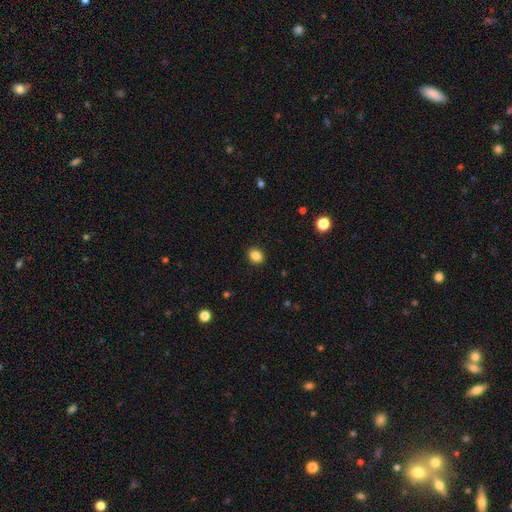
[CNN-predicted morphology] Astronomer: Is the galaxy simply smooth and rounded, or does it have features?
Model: smooth — 85%.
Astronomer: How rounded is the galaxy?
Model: round — 53% (runner-up: in between, 46%).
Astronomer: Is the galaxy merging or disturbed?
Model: none — 91%.